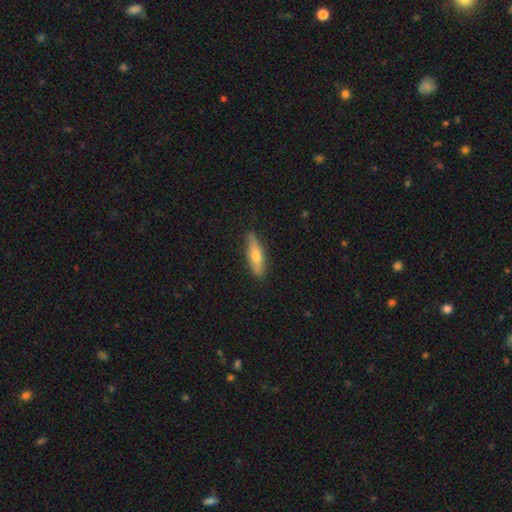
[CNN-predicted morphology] A smooth galaxy with no disk features (57%) that is cigar-shaped (69%).

Vote fractions:
- Smooth or featured? smooth: 57% / featured or disk: 37% / star or artifact: 6%
- How rounded? cigar-shaped: 69% / in between: 29% / round: 2%
- Merging? none: 84% / minor disturbance: 12% / major disturbance: 2% / merger: 1%